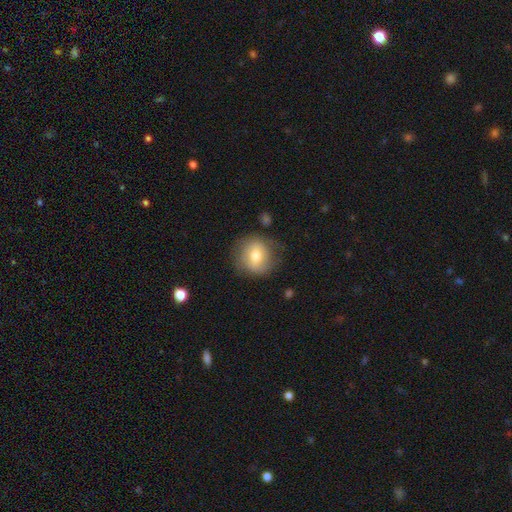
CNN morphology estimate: Smooth or featured: smooth — 65% (featured or disk — 27%)
How rounded: round — 82% (in between — 17%)
Merging: none — 72% (minor disturbance — 19%)